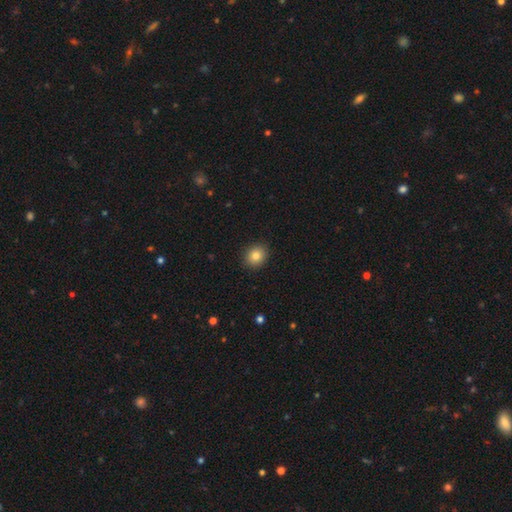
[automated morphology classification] smooth 83%, star or artifact 10%, featured or disk 7%. Down the decision tree: how rounded — round (71%); merging — none (90%).